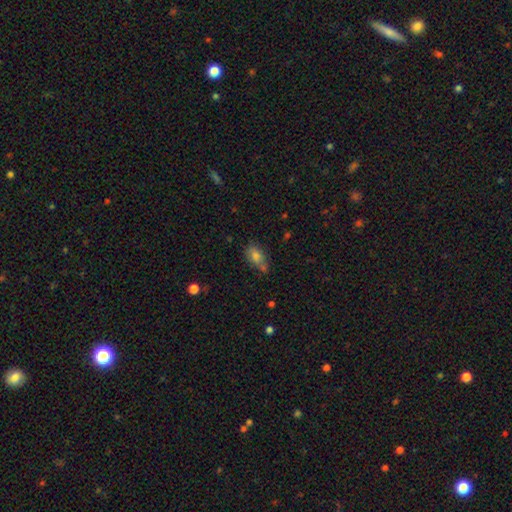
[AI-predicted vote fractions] This is likely a smooth galaxy (78%). How rounded: clearly in between (86%). Merging: possibly none (54%).